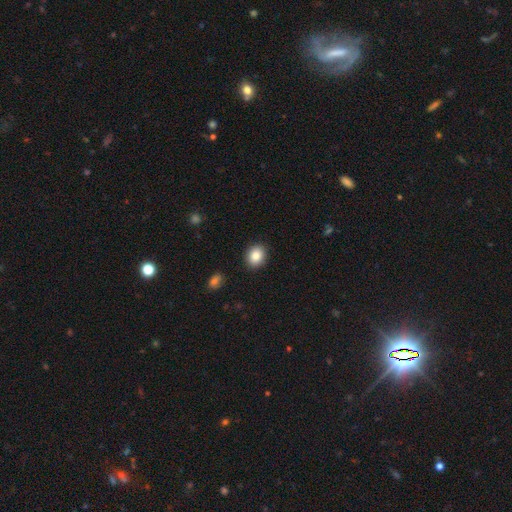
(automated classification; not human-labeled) A smooth galaxy with no disk features (86%) that is round (56%).

Vote fractions:
- Smooth or featured? smooth: 86% / star or artifact: 8% / featured or disk: 6%
- How rounded? round: 56% / in between: 43% / cigar-shaped: 1%
- Merging? none: 90% / minor disturbance: 6% / major disturbance: 2% / merger: 1%